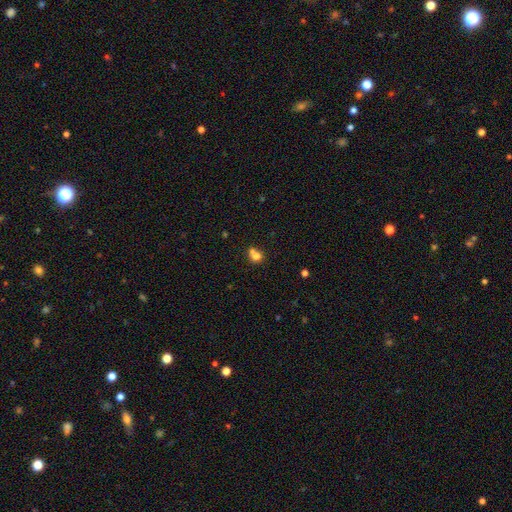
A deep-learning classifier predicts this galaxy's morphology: Smooth or featured? Predicted: smooth (p=0.75). How rounded? Predicted: round (p=0.74). Merging? Predicted: merger (p=0.49).